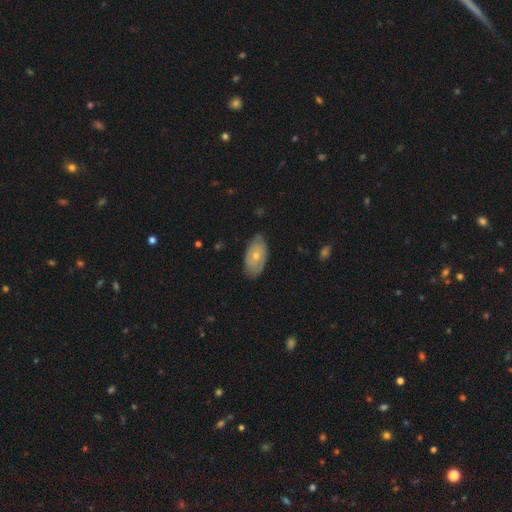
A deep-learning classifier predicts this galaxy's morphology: The model was most divided on "smooth or featured": smooth: 49%, featured or disk: 45%, star or artifact: 6%. More confident: merging — none (72%).